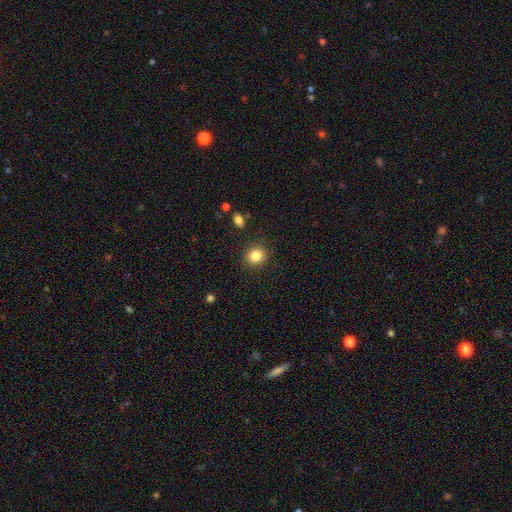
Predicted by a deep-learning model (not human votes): smooth 84%, star or artifact 10%, featured or disk 6%. Down the decision tree: how rounded — round (80%); merging — none (89%).